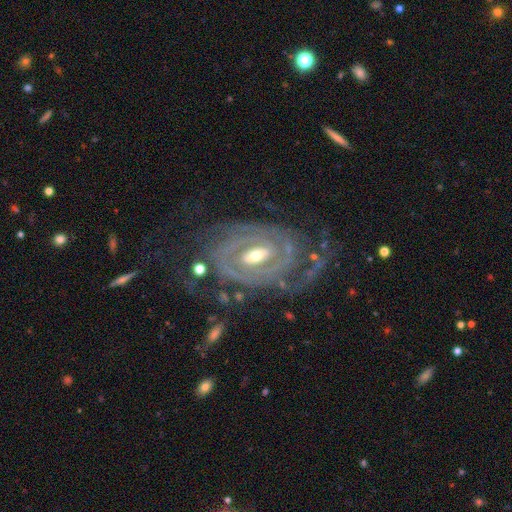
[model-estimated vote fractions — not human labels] This appears to be a featured or disk galaxy (91%) with a weak bar (42%), 2 (54%) tight (75%) spiral arms (95%) and a moderate central bulge (57%). Merging: none (66%).